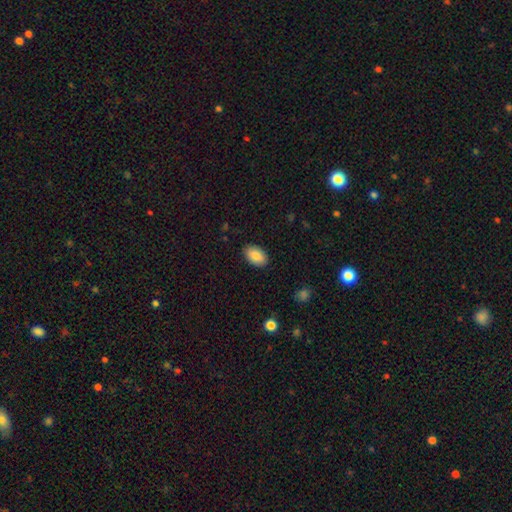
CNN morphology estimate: Q: Smooth or featured?
A: smooth (86%); runner-up: featured or disk (8%)
Q: How rounded?
A: in between (92%); runner-up: round (7%)
Q: Merging?
A: none (88%); runner-up: minor disturbance (9%)